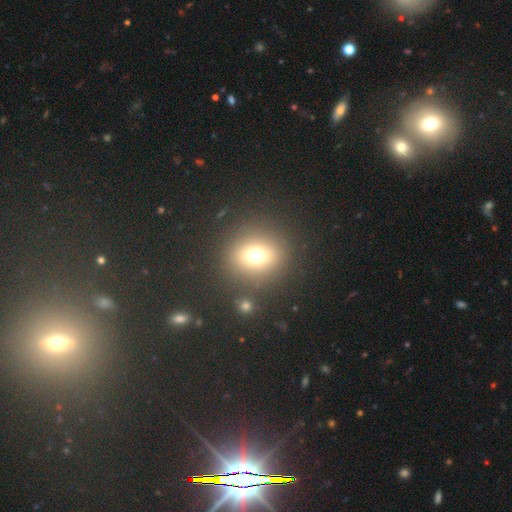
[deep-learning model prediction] Q: Smooth or featured?
A: smooth (70%); runner-up: star or artifact (19%)
Q: How rounded?
A: round (80%); runner-up: in between (18%)
Q: Merging?
A: none (84%); runner-up: minor disturbance (8%)